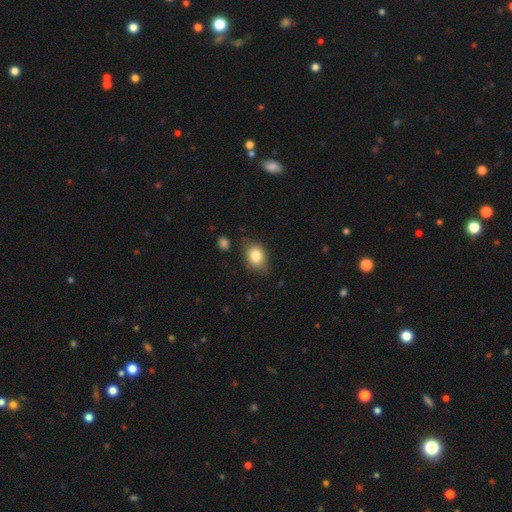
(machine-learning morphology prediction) A smooth galaxy with no disk features (81%) that is in between round and cigar-shaped (69%). Merging: none (72%).